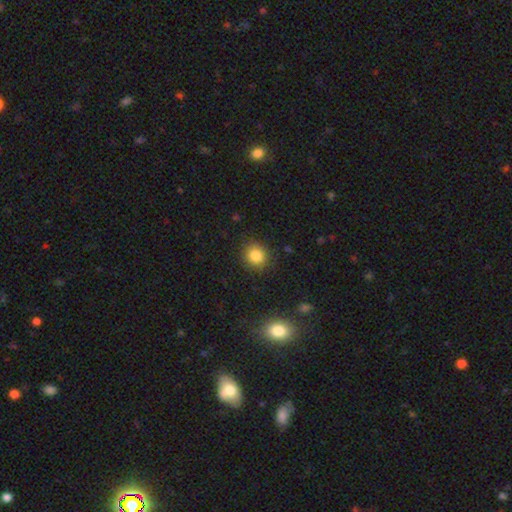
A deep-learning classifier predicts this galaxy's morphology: type=smooth (84%); roundness=round (83%); merging=none (88%).